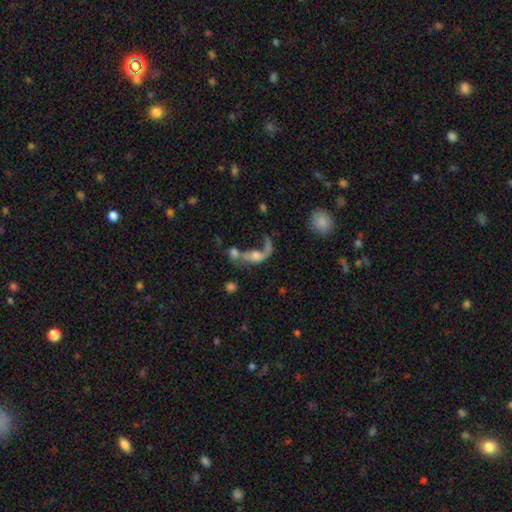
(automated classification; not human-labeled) smooth_or_featured: featured or disk (p=0.56) [alt: smooth p=0.32]
disk_edge_on: no (p=0.92) [alt: yes p=0.08]
bar: no (p=0.68) [alt: weak p=0.25]
has_spiral_arms: yes (p=0.67) [alt: no p=0.33]
bulge_size: moderate (p=0.39) [alt: small p=0.26]
merging: merger (p=0.46) [alt: major disturbance p=0.28]